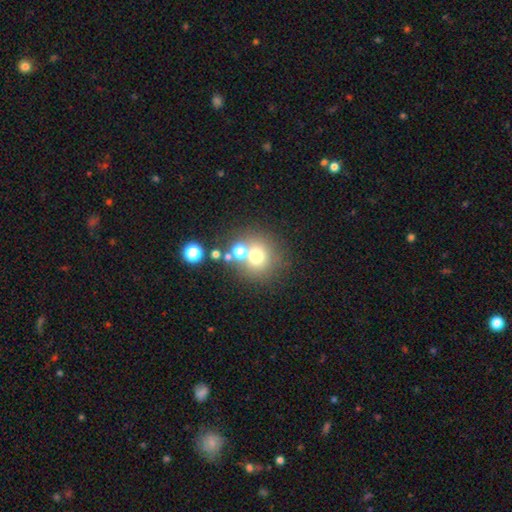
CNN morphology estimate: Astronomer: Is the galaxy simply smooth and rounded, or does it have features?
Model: smooth — 67%.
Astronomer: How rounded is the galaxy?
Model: round — 90%.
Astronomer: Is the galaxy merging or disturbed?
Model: none — 60%.